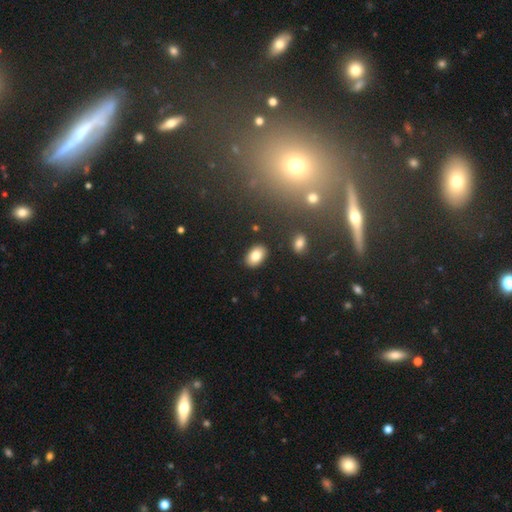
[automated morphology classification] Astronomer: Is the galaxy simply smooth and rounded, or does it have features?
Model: smooth — 82%.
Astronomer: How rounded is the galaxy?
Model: in between — 89%.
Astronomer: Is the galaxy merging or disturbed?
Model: none — 87%.